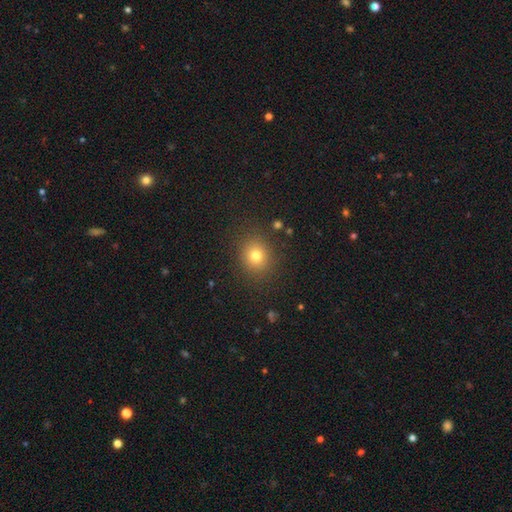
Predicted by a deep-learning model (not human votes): The model was most divided on "how rounded": round: 76%, in between: 24%, cigar-shaped: 1%. More confident: merging — none (88%); smooth or featured — smooth (78%).